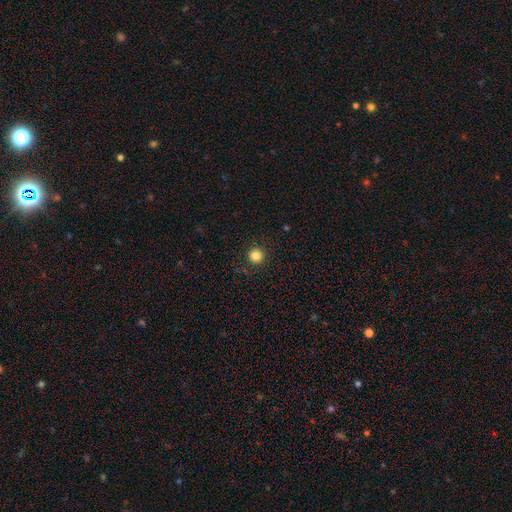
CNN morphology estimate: Smooth or featured?
  - smooth: 84% *
  - star or artifact: 11%
  - featured or disk: 4%
How rounded?
  - round: 96% *
  - in between: 3%
  - cigar-shaped: 1%
Merging?
  - none: 91% *
  - minor disturbance: 6%
  - major disturbance: 2%
  - merger: 1%